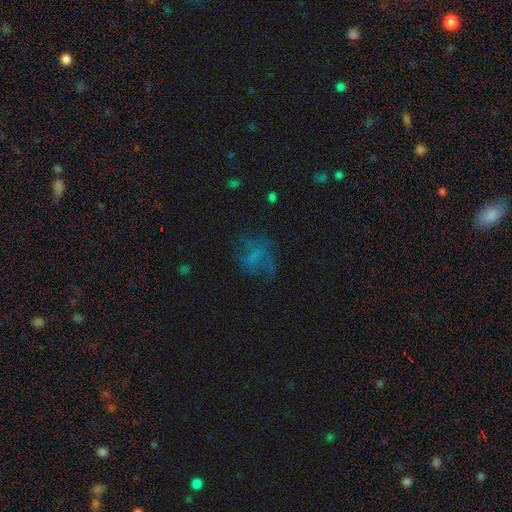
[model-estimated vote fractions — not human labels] Smooth or featured? Predicted: featured or disk (p=0.40). Merging? Predicted: none (p=0.52).